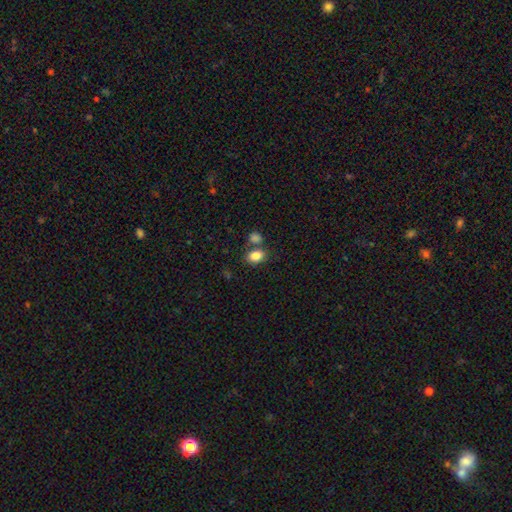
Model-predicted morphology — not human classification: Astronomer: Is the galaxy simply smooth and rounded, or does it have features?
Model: smooth — 85%.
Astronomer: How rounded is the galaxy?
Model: in between — 76%.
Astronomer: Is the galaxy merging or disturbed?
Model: none — 61%.